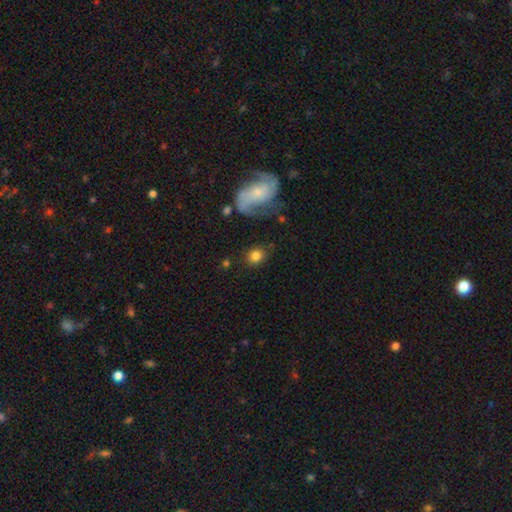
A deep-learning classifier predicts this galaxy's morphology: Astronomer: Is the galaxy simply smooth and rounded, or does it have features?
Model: smooth — 79%.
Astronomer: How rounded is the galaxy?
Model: round — 65%.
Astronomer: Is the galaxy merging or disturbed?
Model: none — 78%.